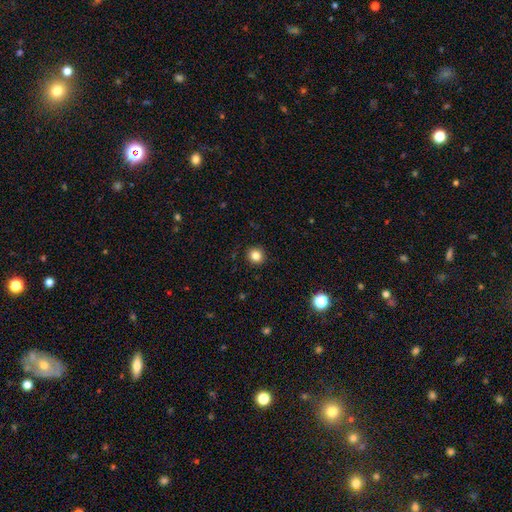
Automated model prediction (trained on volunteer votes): This is clearly a smooth galaxy (84%). How rounded: clearly round (92%). Merging: clearly none (92%).